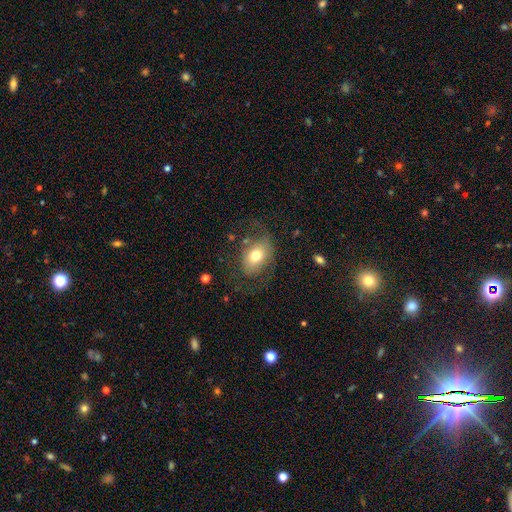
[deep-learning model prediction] The model was most divided on "smooth or featured": smooth: 59%, featured or disk: 32%, star or artifact: 9%. More confident: how rounded — in between (76%); merging — none (54%).